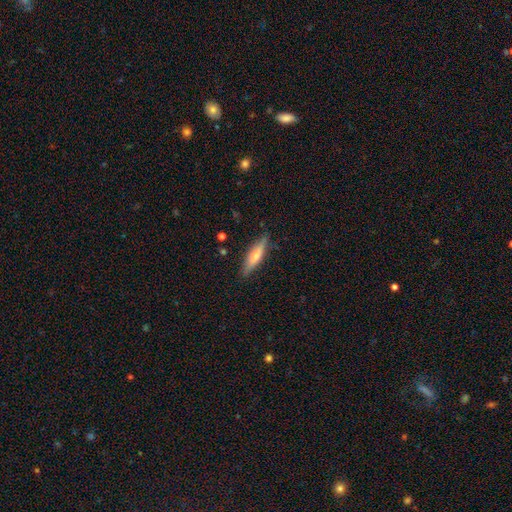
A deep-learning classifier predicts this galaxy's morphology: The model was most divided on "smooth or featured": smooth: 58%, featured or disk: 36%, star or artifact: 6%. More confident: merging — none (85%); how rounded — cigar-shaped (76%).